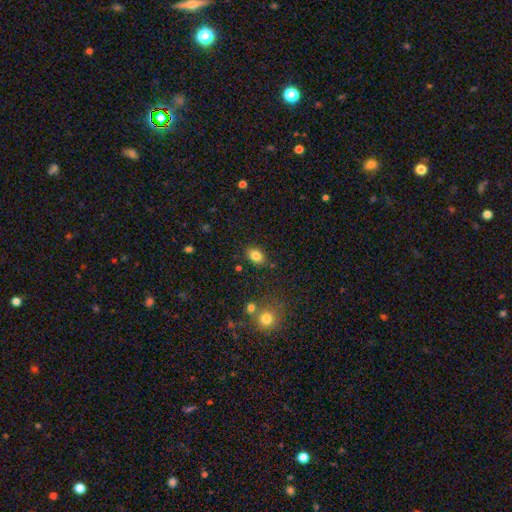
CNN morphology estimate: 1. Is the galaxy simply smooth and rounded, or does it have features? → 83% smooth, 10% star or artifact, 7% featured or disk.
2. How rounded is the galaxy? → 78% in between, 21% round, 1% cigar-shaped.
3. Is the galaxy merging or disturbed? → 82% none, 11% minor disturbance, 3% merger, 3% major disturbance.